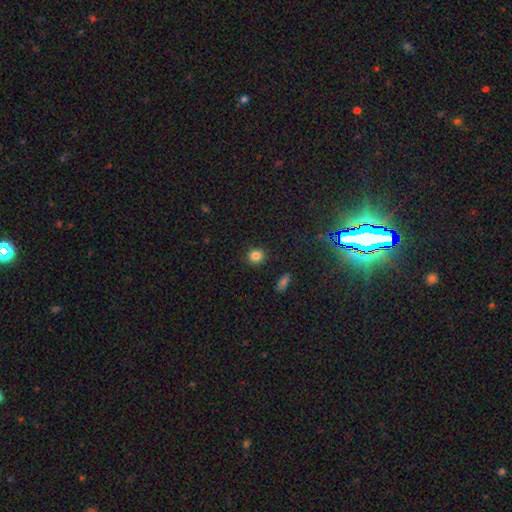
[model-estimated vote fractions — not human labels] This appears to be a smooth galaxy with no disk features (83%) that is round (84%). Merging: none (88%).